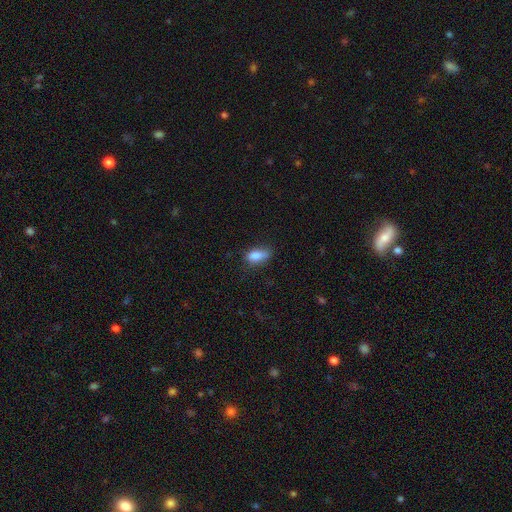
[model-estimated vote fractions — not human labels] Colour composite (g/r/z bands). It shows a smooth galaxy with no disk features (84%) that is in between round and cigar-shaped (83%). Merging: none (62%).